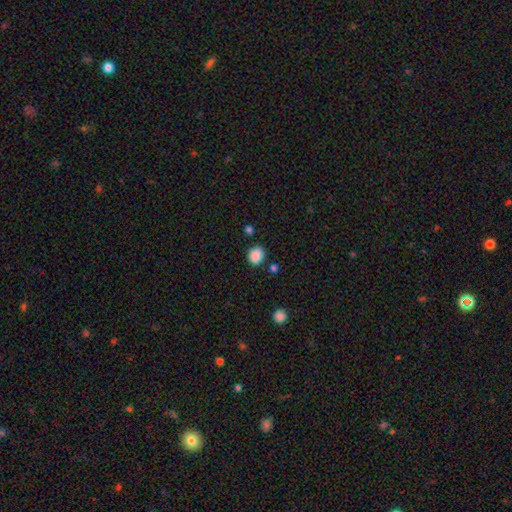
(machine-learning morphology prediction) Smooth or featured?
  - smooth: 87% *
  - star or artifact: 10%
  - featured or disk: 3%
How rounded?
  - round: 74% *
  - in between: 25%
  - cigar-shaped: 1%
Merging?
  - none: 81% *
  - minor disturbance: 12%
  - merger: 4%
  - major disturbance: 3%